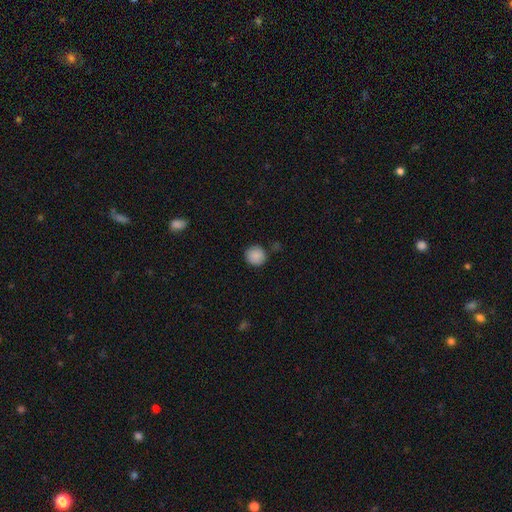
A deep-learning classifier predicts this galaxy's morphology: type=smooth (88%); roundness=round (91%); merging=none (81%).